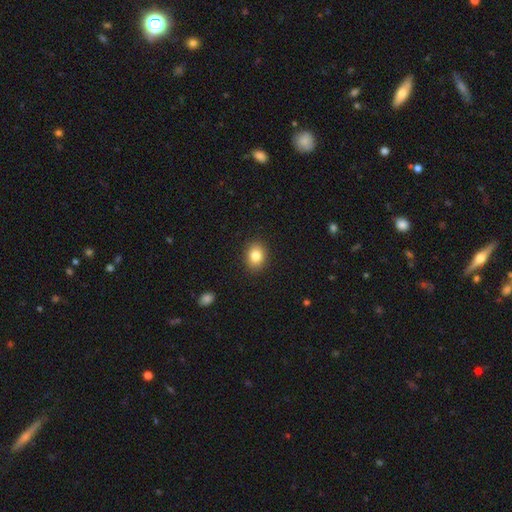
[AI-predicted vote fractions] Q: Smooth or featured?
A: smooth (84%); runner-up: star or artifact (9%)
Q: How rounded?
A: in between (53%); runner-up: round (46%)
Q: Merging?
A: none (89%); runner-up: minor disturbance (8%)